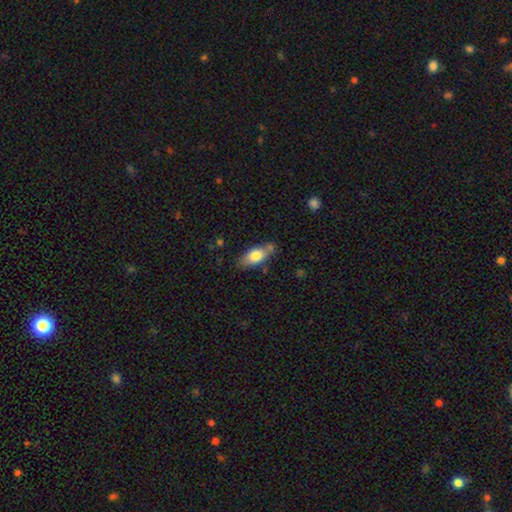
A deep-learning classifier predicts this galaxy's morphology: Smooth or featured? smooth (77%)
How rounded? in between (85%)
Merging? none (65%)